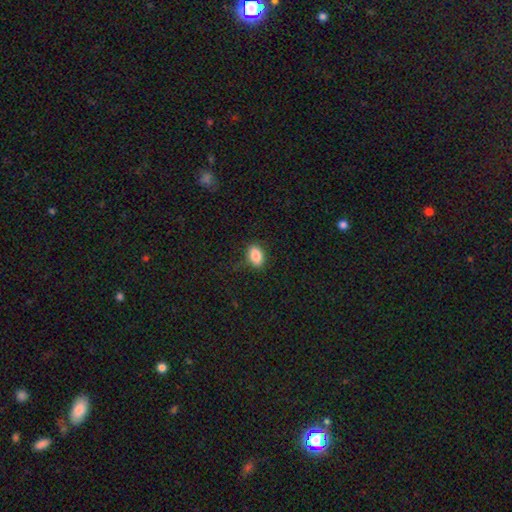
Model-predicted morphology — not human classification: Smooth or featured?
  - smooth: 86% *
  - star or artifact: 9%
  - featured or disk: 6%
How rounded?
  - in between: 86% *
  - round: 12%
  - cigar-shaped: 2%
Merging?
  - none: 81% *
  - minor disturbance: 14%
  - major disturbance: 4%
  - merger: 1%